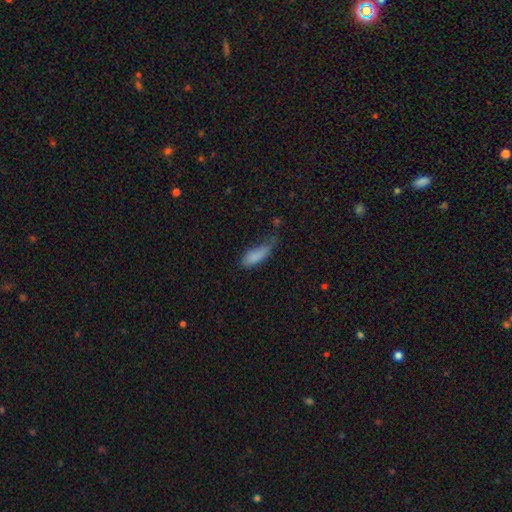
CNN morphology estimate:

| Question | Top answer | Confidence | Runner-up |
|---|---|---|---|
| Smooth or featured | smooth | 84% | star or artifact (8%) |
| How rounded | in between | 67% | cigar-shaped (31%) |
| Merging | minor disturbance | 41% | none (36%) |